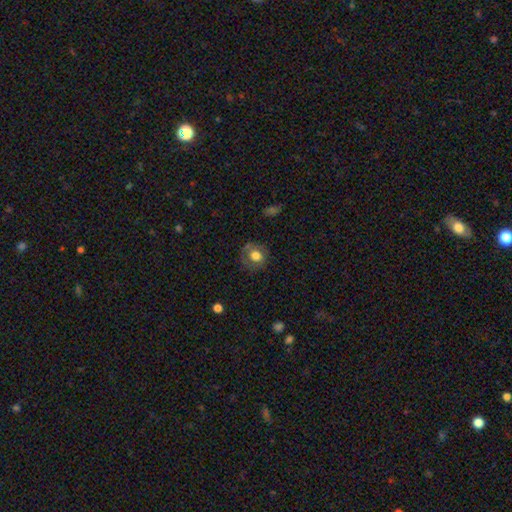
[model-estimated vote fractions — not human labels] A smooth galaxy with no disk features (69%) that is round (82%). Merging: none (77%).